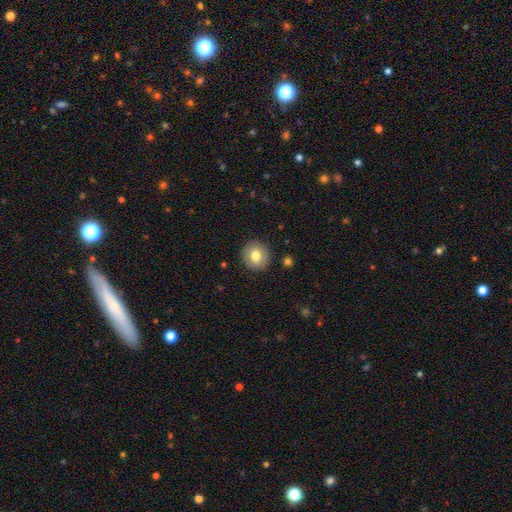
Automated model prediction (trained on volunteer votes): Smooth or featured? smooth (77%)
How rounded? round (91%)
Merging? none (90%)